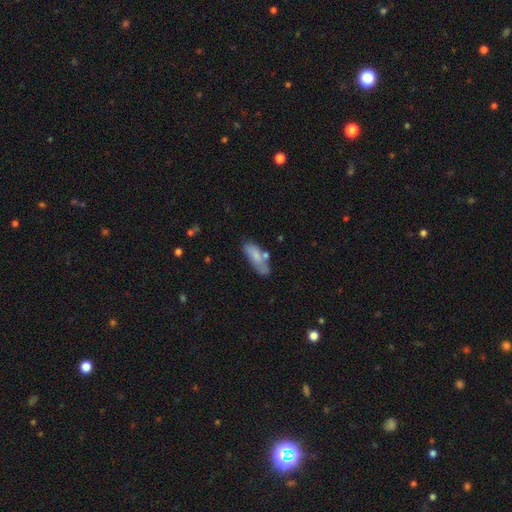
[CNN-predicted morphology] Q: Smooth or featured?
A: smooth (73%); runner-up: featured or disk (20%)
Q: How rounded?
A: in between (69%); runner-up: cigar-shaped (29%)
Q: Merging?
A: none (52%); runner-up: minor disturbance (24%)